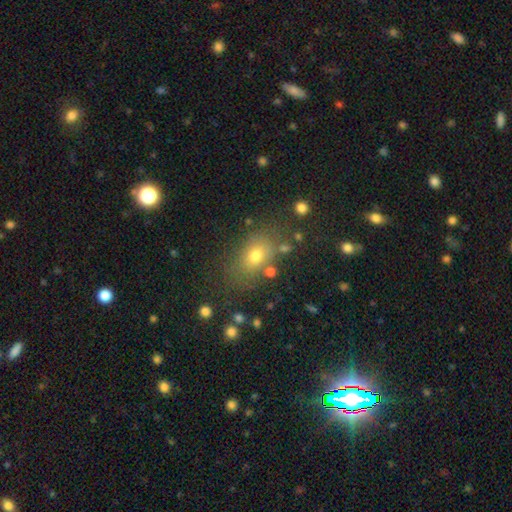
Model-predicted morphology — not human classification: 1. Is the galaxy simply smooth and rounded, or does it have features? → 70% smooth, 17% star or artifact, 13% featured or disk.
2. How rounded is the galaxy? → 71% in between, 26% round, 2% cigar-shaped.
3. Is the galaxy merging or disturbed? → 75% none, 14% minor disturbance, 6% major disturbance, 5% merger.